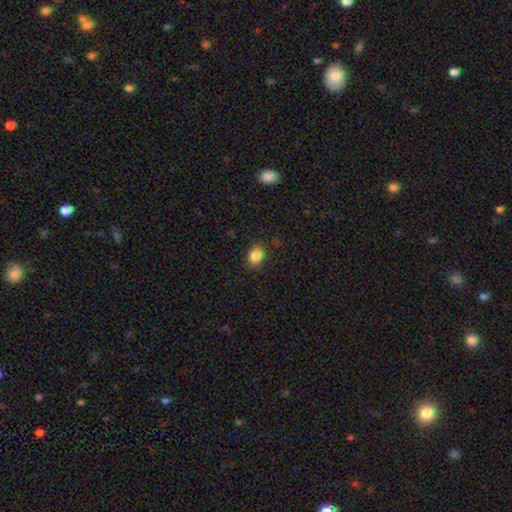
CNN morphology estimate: Smooth or featured? smooth (86%)
How rounded? in between (65%)
Merging? none (87%)